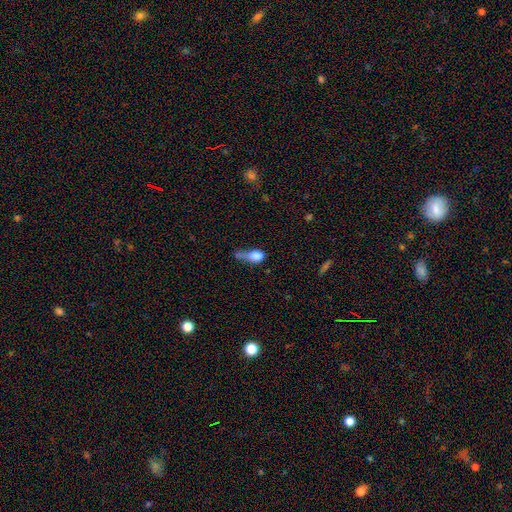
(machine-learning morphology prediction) The model was most divided on "merging": major disturbance: 35%, merger: 25%, minor disturbance: 22%, none: 19%. More confident: smooth or featured — smooth (73%); how rounded — in between (69%).